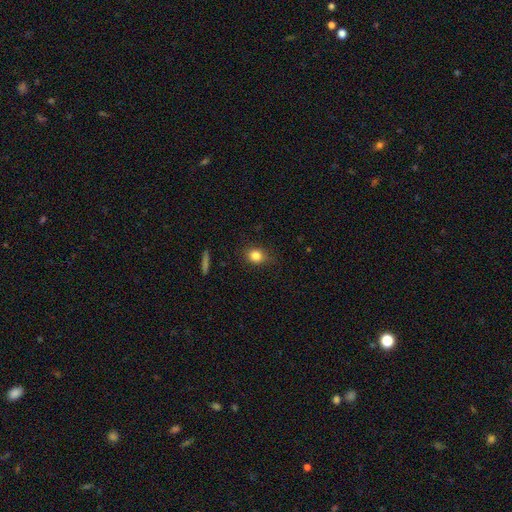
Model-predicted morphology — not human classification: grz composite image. It shows a smooth galaxy with no disk features (83%) that is round (64%). Merging: none (79%).